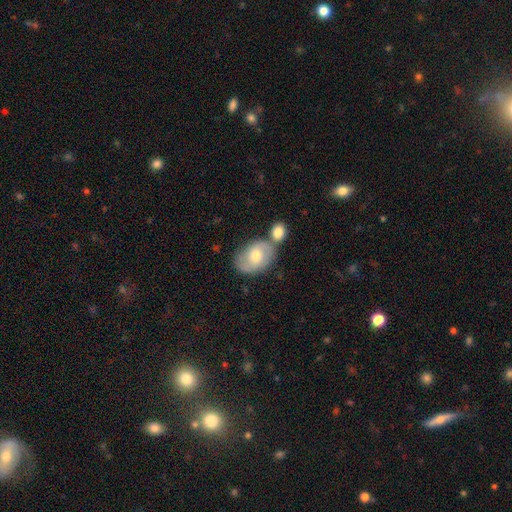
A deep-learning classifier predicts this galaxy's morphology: smooth-or-featured: smooth: 51% | featured or disk: 42% | star or artifact: 7%
  how-rounded: in between: 79% | round: 20% | cigar-shaped: 1%
  merging: none: 52% | merger: 28% | minor disturbance: 16% | major disturbance: 5%